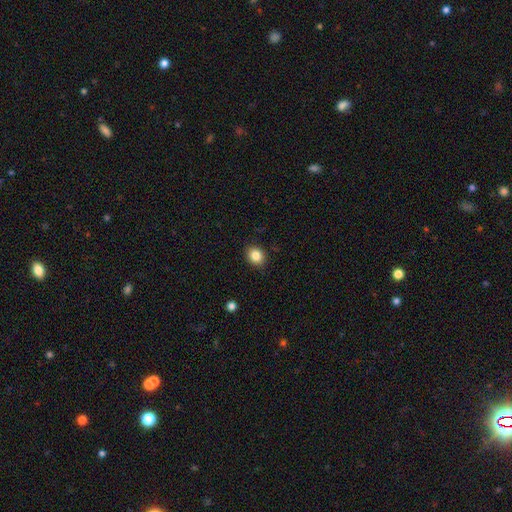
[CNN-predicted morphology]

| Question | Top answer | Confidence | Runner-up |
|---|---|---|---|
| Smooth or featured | smooth | 85% | star or artifact (10%) |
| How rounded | round | 63% | in between (36%) |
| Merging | none | 89% | minor disturbance (8%) |